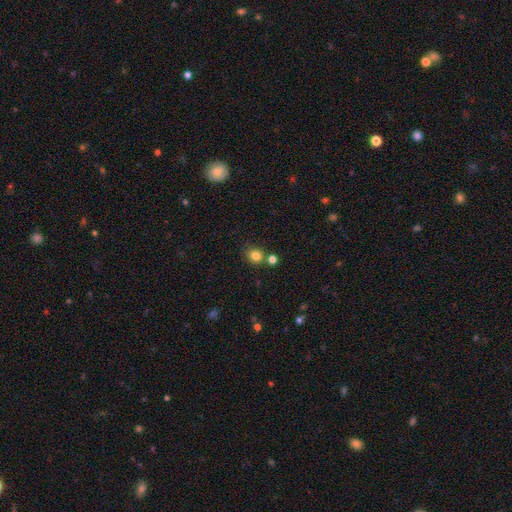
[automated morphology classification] This is clearly a smooth galaxy (81%). How rounded: clearly round (81%). Merging: likely none (69%).